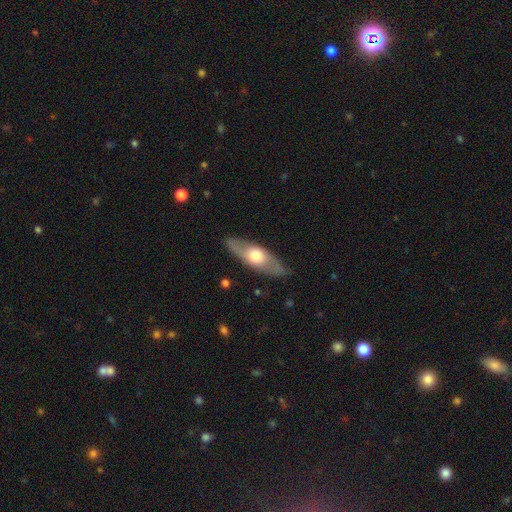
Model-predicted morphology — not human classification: Q: Smooth or featured?
A: featured or disk (49%); runner-up: smooth (46%)
Q: Merging?
A: none (83%); runner-up: minor disturbance (12%)